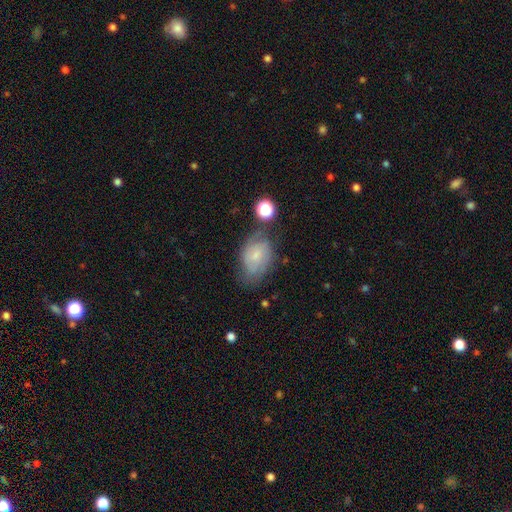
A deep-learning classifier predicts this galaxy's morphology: smooth-or-featured: featured or disk: 46% | smooth: 44% | star or artifact: 10%
  merging: none: 54% | minor disturbance: 27% | major disturbance: 13% | merger: 6%